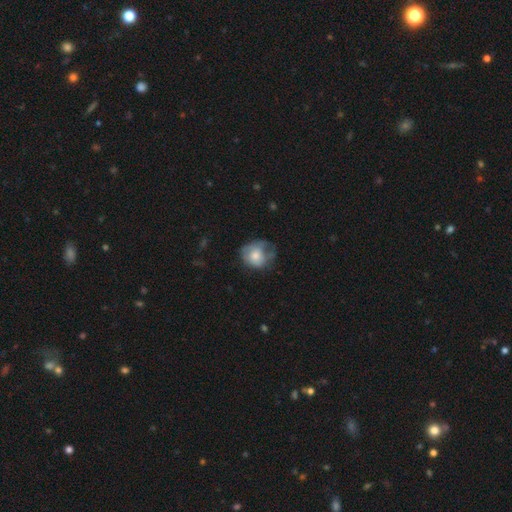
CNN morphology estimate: smooth-or-featured: smooth: 66% | featured or disk: 26% | star or artifact: 8%
  how-rounded: round: 68% | in between: 31% | cigar-shaped: 1%
  merging: none: 39% | minor disturbance: 32% | major disturbance: 27% | merger: 2%